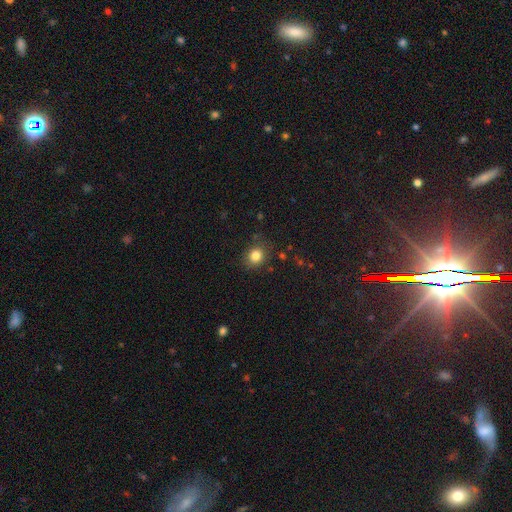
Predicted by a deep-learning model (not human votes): A smooth galaxy with no disk features (83%) that is round (73%). Merging: none (81%).